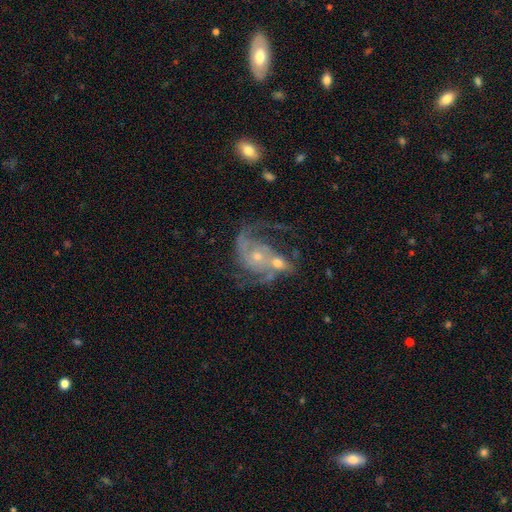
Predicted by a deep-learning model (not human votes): featured or disk 87%, smooth 7%, star or artifact 7%. Down the decision tree: edge-on disk — no (98%); bar — no (69%); spiral arms — yes (96%); spiral arm count — 2 (69%); spiral winding — medium (51%); bulge size — small (60%); merging — none (36%).